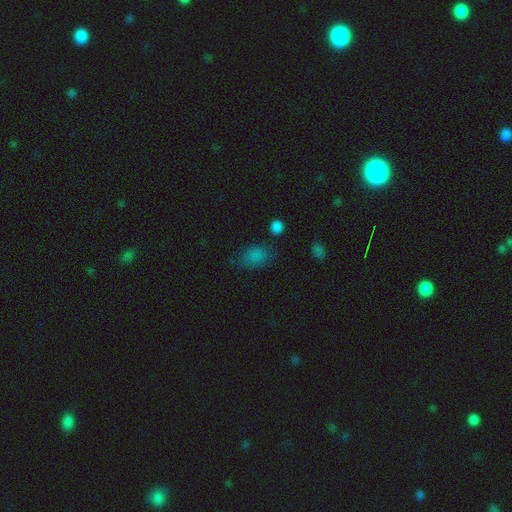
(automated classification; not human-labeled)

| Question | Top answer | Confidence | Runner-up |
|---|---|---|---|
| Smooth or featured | smooth | 80% | star or artifact (14%) |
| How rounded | in between | 80% | round (18%) |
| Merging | none | 65% | minor disturbance (23%) |